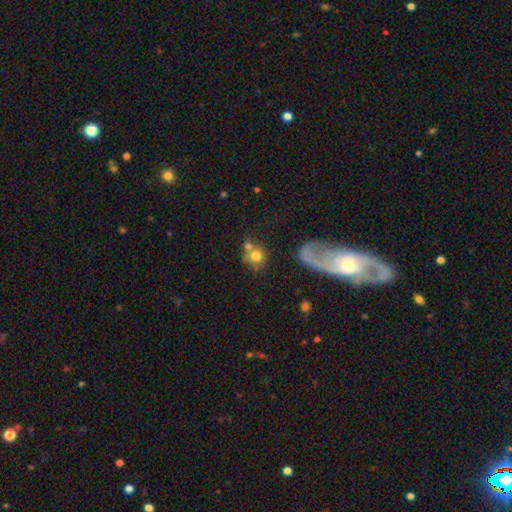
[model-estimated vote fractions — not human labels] Morphology: type=smooth (72%); roundness=round (84%); merging=none (49%).